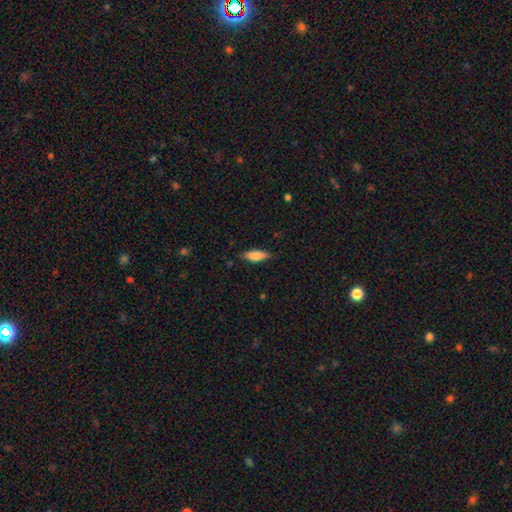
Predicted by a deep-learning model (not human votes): smooth_or_featured: smooth (p=0.80) [alt: featured or disk p=0.14]
how_rounded: in between (p=0.60) [alt: cigar-shaped p=0.38]
merging: none (p=0.81) [alt: minor disturbance p=0.15]